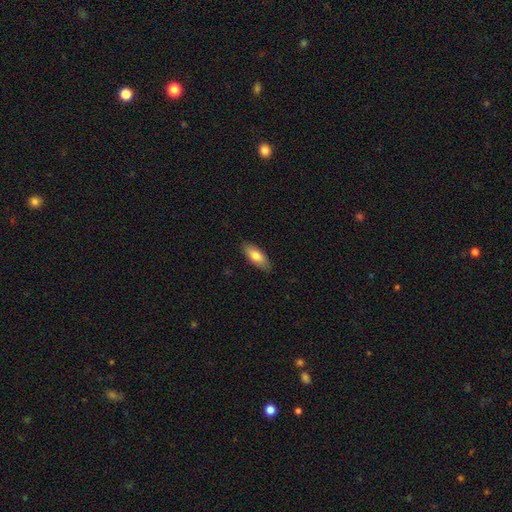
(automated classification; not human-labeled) Smooth or featured?
  - smooth: 76% *
  - featured or disk: 18%
  - star or artifact: 6%
How rounded?
  - in between: 79% *
  - cigar-shaped: 19%
  - round: 2%
Merging?
  - none: 86% *
  - minor disturbance: 11%
  - major disturbance: 2%
  - merger: 1%